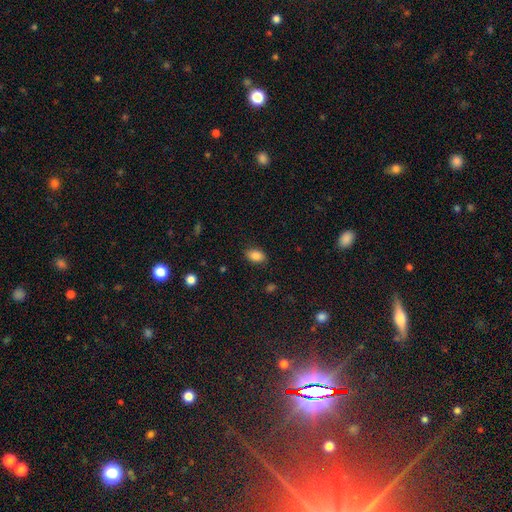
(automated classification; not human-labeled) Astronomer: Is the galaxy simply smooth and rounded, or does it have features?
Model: smooth — 87%.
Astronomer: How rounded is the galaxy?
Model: in between — 89%.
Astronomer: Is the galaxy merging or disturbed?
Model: none — 86%.